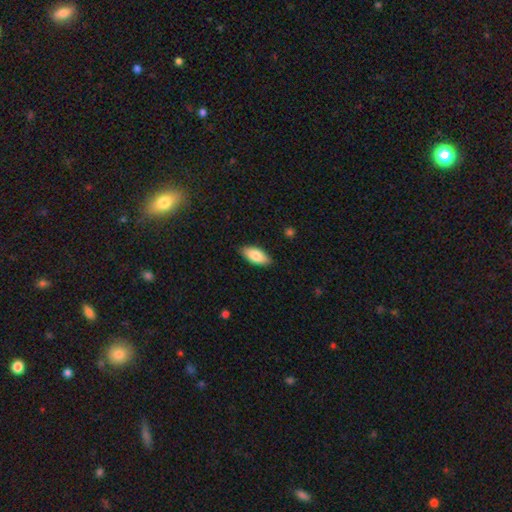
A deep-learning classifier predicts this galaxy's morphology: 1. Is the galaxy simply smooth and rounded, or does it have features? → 82% smooth, 12% featured or disk, 6% star or artifact.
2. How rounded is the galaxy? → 88% in between, 10% cigar-shaped, 2% round.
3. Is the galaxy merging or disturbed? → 87% none, 11% minor disturbance, 2% major disturbance, 1% merger.